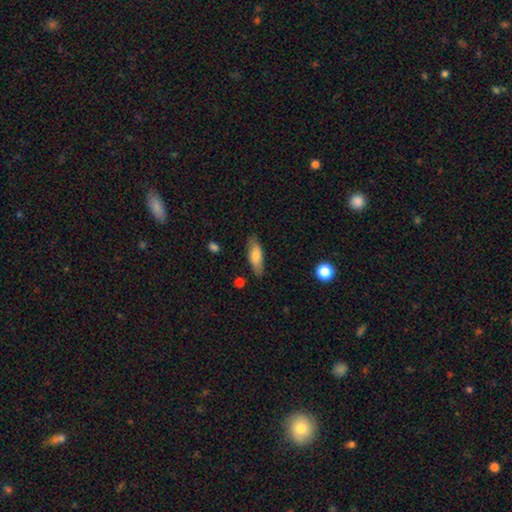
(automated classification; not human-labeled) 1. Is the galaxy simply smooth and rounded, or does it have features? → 77% smooth, 17% featured or disk, 6% star or artifact.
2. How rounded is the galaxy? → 63% in between, 35% cigar-shaped, 2% round.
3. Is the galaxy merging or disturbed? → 80% none, 15% minor disturbance, 3% major disturbance, 2% merger.